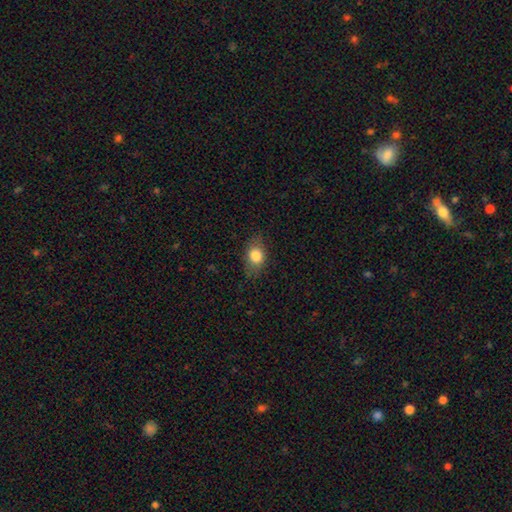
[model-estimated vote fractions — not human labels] smooth-or-featured: smooth: 80% | featured or disk: 11% | star or artifact: 9%
  how-rounded: in between: 65% | round: 33% | cigar-shaped: 2%
  merging: none: 76% | minor disturbance: 17% | major disturbance: 5% | merger: 1%